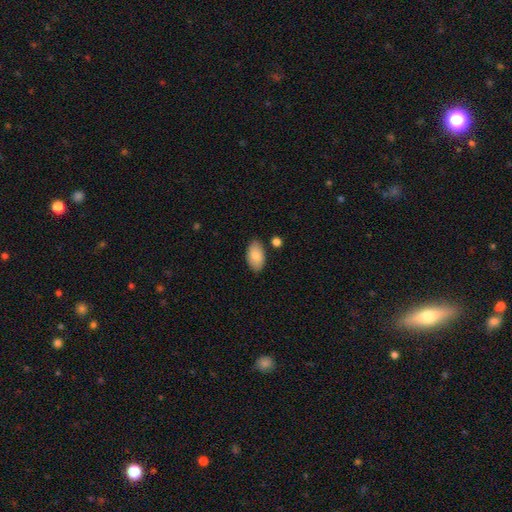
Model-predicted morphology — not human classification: smooth_or_featured: smooth (p=0.83) [alt: featured or disk p=0.10]
how_rounded: in between (p=0.95) [alt: round p=0.04]
merging: none (p=0.83) [alt: minor disturbance p=0.11]